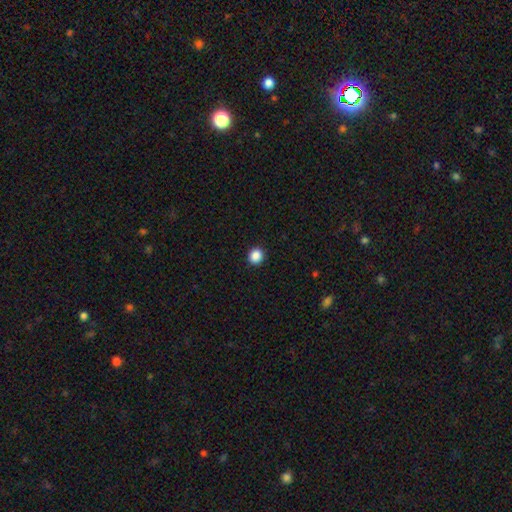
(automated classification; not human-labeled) Smooth or featured? smooth (87%)
How rounded? round (84%)
Merging? none (92%)